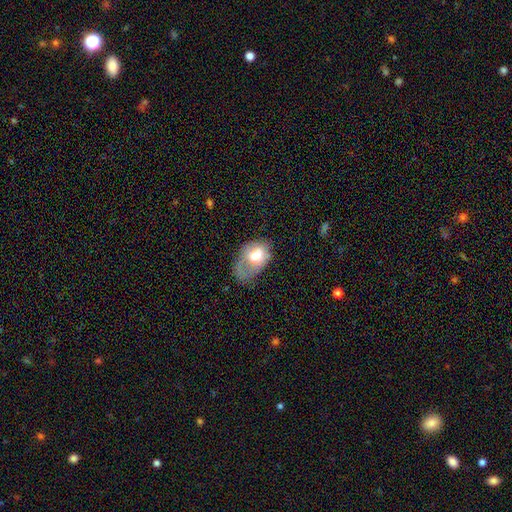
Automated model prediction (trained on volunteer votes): A smooth galaxy with no disk features (63%) that is in between round and cigar-shaped (83%).

Vote fractions:
- Smooth or featured? smooth: 63% / featured or disk: 29% / star or artifact: 8%
- How rounded? in between: 83% / round: 16% / cigar-shaped: 1%
- Merging? major disturbance: 42% / minor disturbance: 33% / none: 21% / merger: 4%